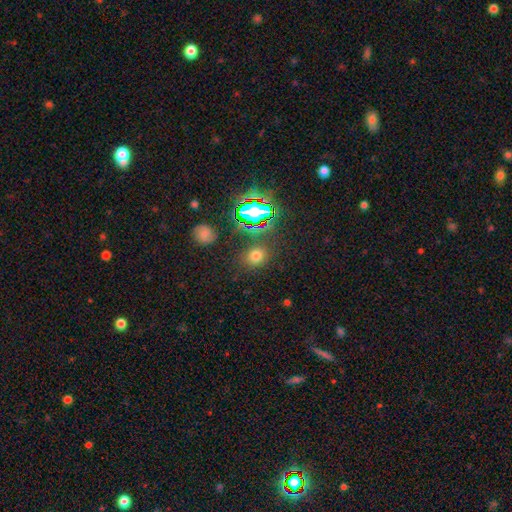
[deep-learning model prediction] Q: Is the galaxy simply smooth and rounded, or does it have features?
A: smooth — 63%.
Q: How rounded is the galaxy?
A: round — 61%.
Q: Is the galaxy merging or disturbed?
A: none — 81%.